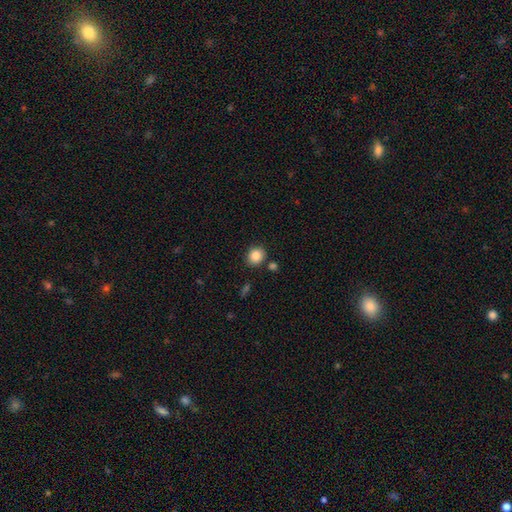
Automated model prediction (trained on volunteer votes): smooth 87%, star or artifact 9%, featured or disk 4%. Down the decision tree: how rounded — round (80%); merging — none (83%).